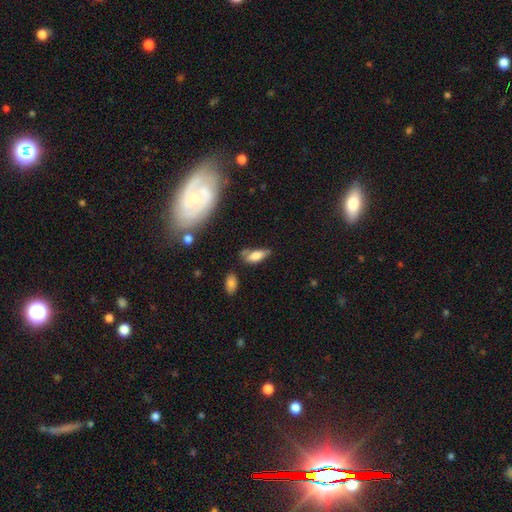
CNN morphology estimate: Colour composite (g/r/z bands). It shows a smooth galaxy with no disk features (75%) that is in between round and cigar-shaped (79%). Merging: none (51%).